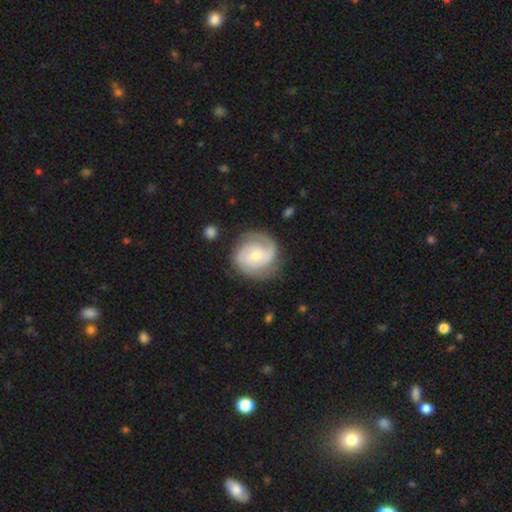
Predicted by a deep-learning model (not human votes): This is likely a featured or disk galaxy (79%). It is clearly not viewed edge-on (98%). Bar: possibly no (60%). Spiral arm pattern: clearly yes (94%). Spiral arm count: possibly 2 (56%). Spiral winding: possibly tight (55%). Central bulge: possibly small (48%). Merging: likely none (77%).